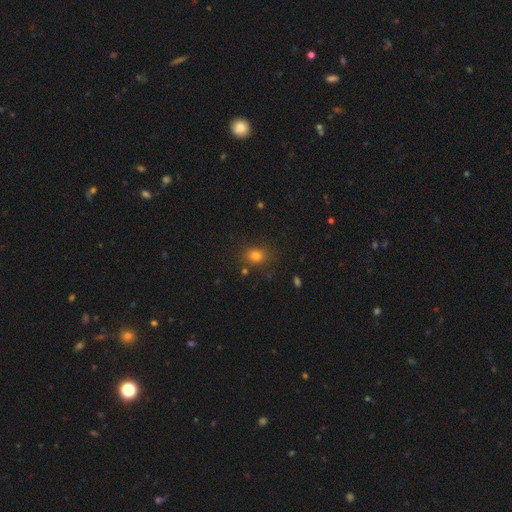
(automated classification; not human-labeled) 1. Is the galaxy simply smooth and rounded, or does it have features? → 77% smooth, 15% star or artifact, 8% featured or disk.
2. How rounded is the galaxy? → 58% round, 41% in between, 1% cigar-shaped.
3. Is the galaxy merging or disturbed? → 81% none, 11% minor disturbance, 4% merger, 4% major disturbance.